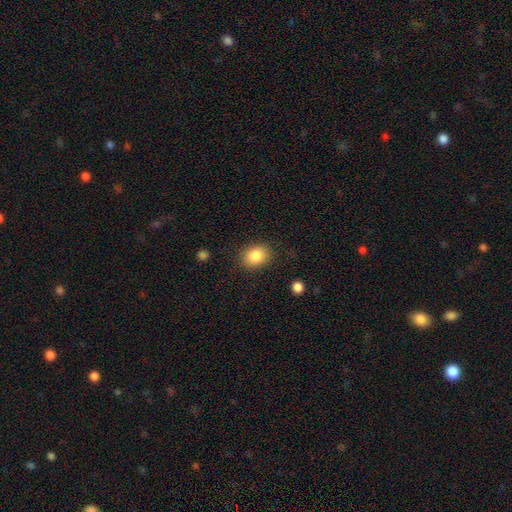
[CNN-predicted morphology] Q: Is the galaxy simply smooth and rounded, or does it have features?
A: smooth — 86%.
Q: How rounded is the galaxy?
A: in between — 57%.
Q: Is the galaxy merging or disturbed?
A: none — 86%.